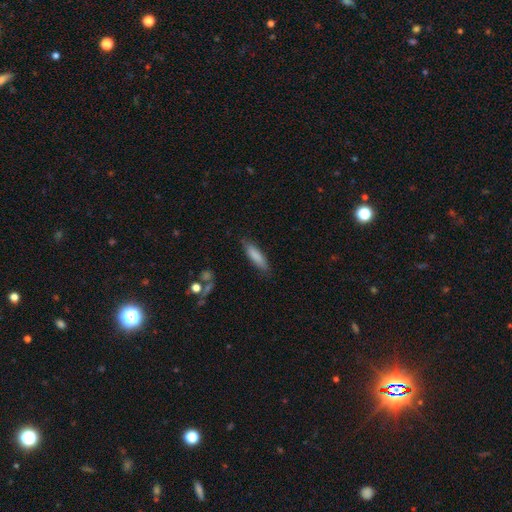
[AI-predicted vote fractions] Overall: smooth (82%). How rounded: cigar-shaped (72%). Merging: none (82%).